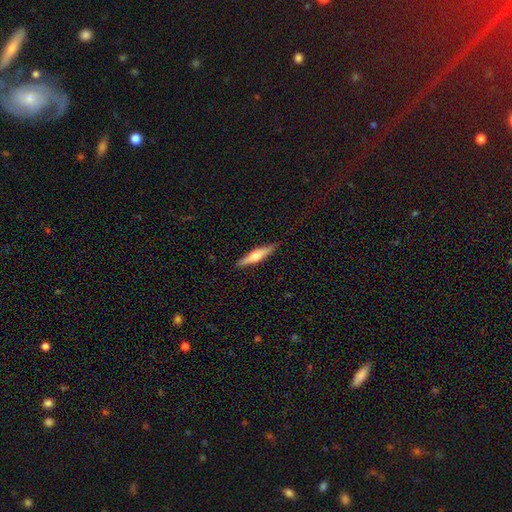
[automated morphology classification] Overall: smooth (48%; featured or disk 46%). Merging: none (88%).